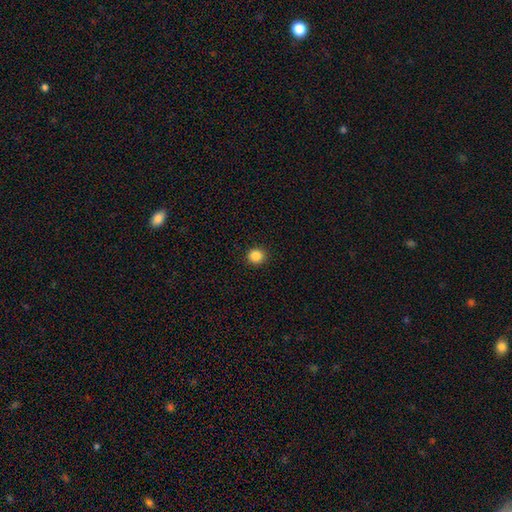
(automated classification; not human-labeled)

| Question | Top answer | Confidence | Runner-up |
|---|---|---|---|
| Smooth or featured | smooth | 86% | star or artifact (11%) |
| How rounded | round | 91% | in between (8%) |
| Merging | none | 92% | minor disturbance (5%) |